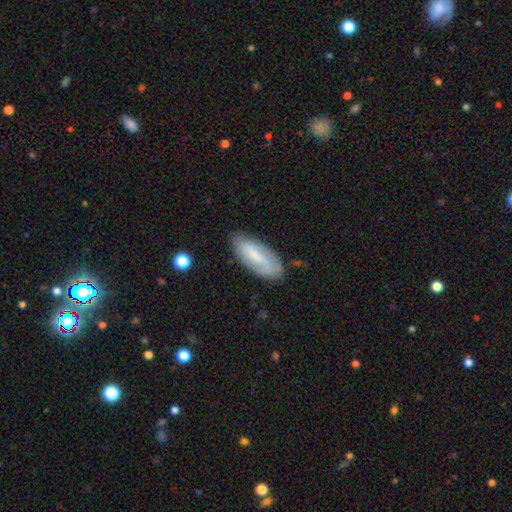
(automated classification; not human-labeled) smooth_or_featured: smooth (p=0.58) [alt: featured or disk p=0.35]
how_rounded: in between (p=0.79) [alt: cigar-shaped p=0.20]
merging: none (p=0.74) [alt: minor disturbance p=0.20]